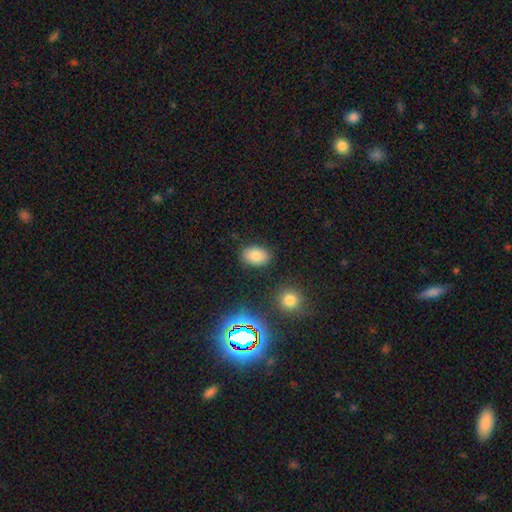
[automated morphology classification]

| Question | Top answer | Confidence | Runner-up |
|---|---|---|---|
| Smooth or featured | smooth | 79% | star or artifact (12%) |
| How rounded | in between | 81% | round (17%) |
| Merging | none | 85% | minor disturbance (10%) |